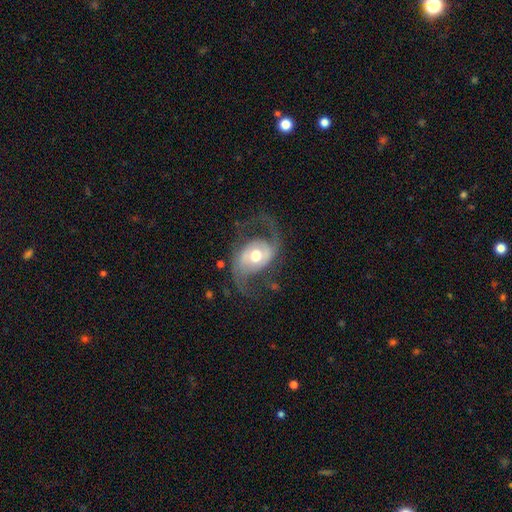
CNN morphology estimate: Smooth or featured?
  - featured or disk: 85% *
  - smooth: 10%
  - star or artifact: 5%
Edge-on disk?
  - no: 97% *
  - yes: 3%
Bar?
  - no: 60% *
  - weak: 28%
  - strong: 12%
Spiral arms?
  - yes: 92% *
  - no: 8%
Spiral winding?
  - loose: 52% *
  - medium: 39%
  - tight: 9%
Spiral arm count?
  - 2: 91% *
  - can't tell: 3%
  - 1: 2%
  - 3: 1%
  - 4: 1%
  - more than 4: 1%
Bulge size?
  - moderate: 69% *
  - large: 20%
  - small: 7%
  - dominant: 2%
  - none: 1%
Merging?
  - none: 64% *
  - major disturbance: 19%
  - minor disturbance: 16%
  - merger: 2%